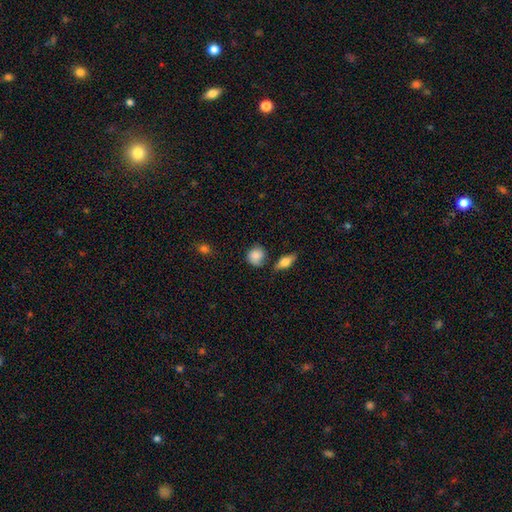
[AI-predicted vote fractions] Smooth or featured: smooth — 81% (featured or disk — 11%)
How rounded: round — 73% (in between — 25%)
Merging: none — 60% (minor disturbance — 25%)